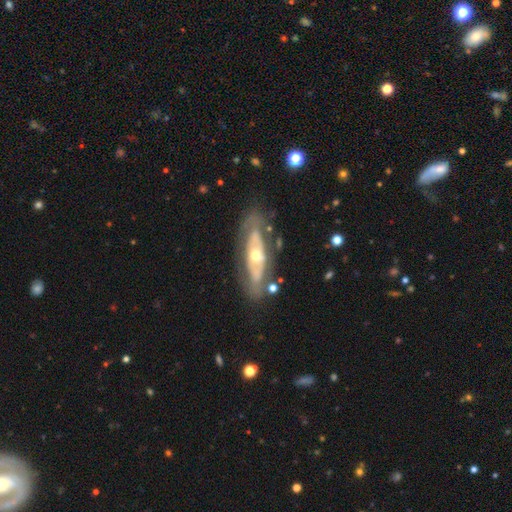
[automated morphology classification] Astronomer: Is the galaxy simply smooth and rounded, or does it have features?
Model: featured or disk — 71%.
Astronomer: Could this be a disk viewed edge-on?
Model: no — 77%.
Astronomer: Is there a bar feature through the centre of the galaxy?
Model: no — 83%.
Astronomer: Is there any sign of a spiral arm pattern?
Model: no — 67%.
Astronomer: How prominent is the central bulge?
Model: moderate — 61%.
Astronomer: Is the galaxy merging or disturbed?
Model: none — 74%.